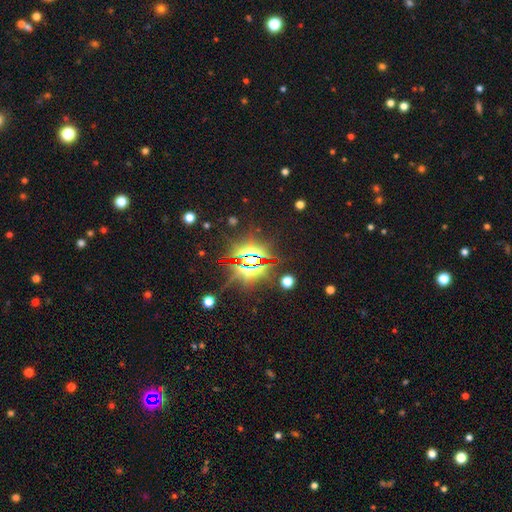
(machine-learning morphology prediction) Smooth or featured? Predicted: star or artifact (p=0.81).